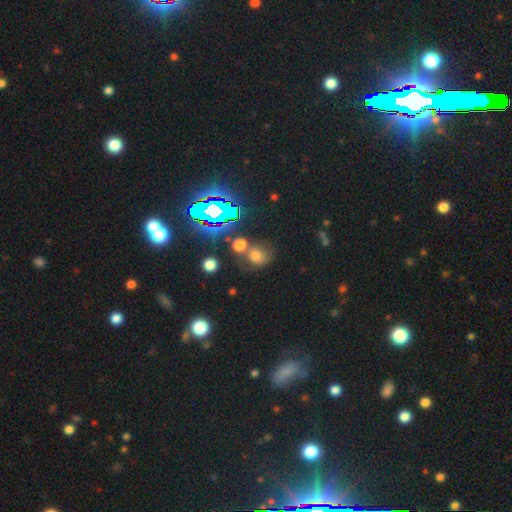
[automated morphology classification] This appears to be a smooth galaxy with no disk features (55%) that is round (76%). Merging: none (54%).